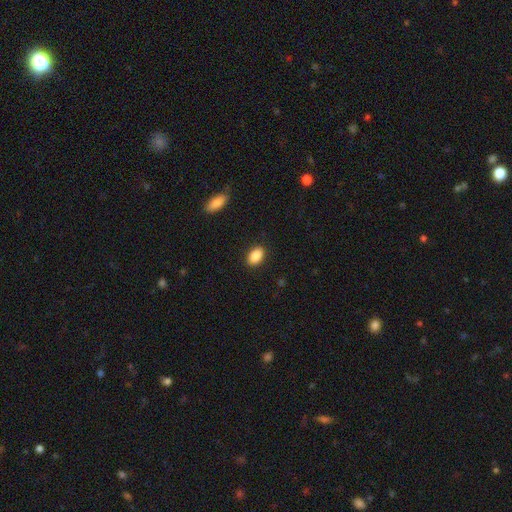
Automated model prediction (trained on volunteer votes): Smooth or featured? smooth (89%)
How rounded? in between (88%)
Merging? none (89%)